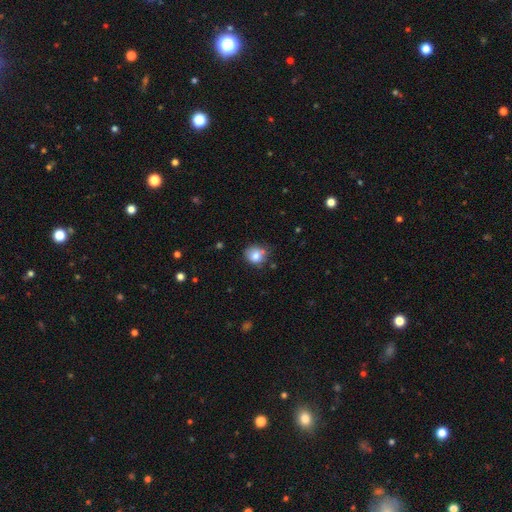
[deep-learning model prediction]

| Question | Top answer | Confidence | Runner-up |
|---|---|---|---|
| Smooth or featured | smooth | 80% | featured or disk (10%) |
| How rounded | round | 78% | in between (21%) |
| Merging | none | 65% | minor disturbance (24%) |